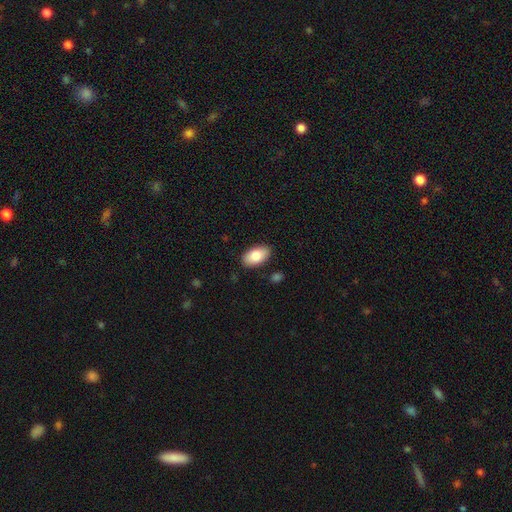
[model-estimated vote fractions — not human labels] Smooth or featured: smooth — 83% (featured or disk — 11%)
How rounded: in between — 95% (round — 4%)
Merging: none — 87% (minor disturbance — 9%)